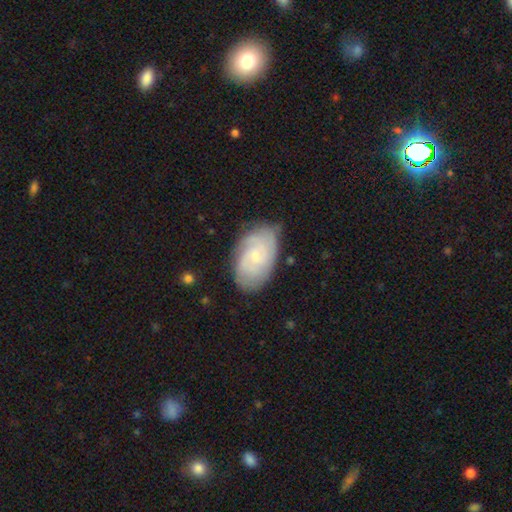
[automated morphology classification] smooth_or_featured: featured or disk (p=0.69) [alt: smooth p=0.24]
disk_edge_on: no (p=0.96) [alt: yes p=0.04]
bar: no (p=0.69) [alt: weak p=0.28]
has_spiral_arms: yes (p=0.93) [alt: no p=0.07]
spiral_winding: tight (p=0.64) [alt: medium p=0.29]
spiral_arm_count: can't tell (p=0.37) [alt: 2 p=0.23]
bulge_size: small (p=0.72) [alt: moderate p=0.20]
merging: none (p=0.76) [alt: minor disturbance p=0.18]